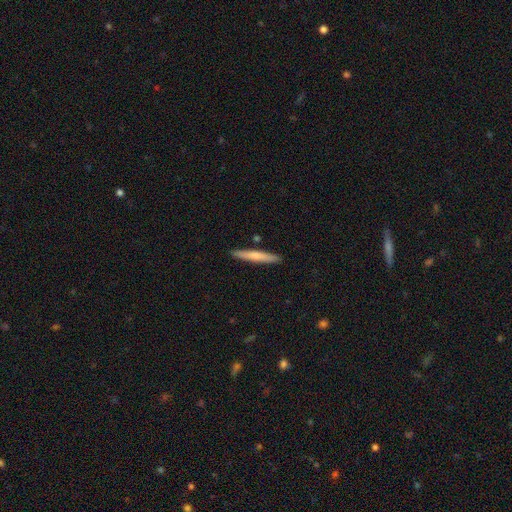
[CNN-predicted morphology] This appears to be a smooth galaxy with no disk features (65%) that is cigar-shaped (95%). Merging: none (89%).